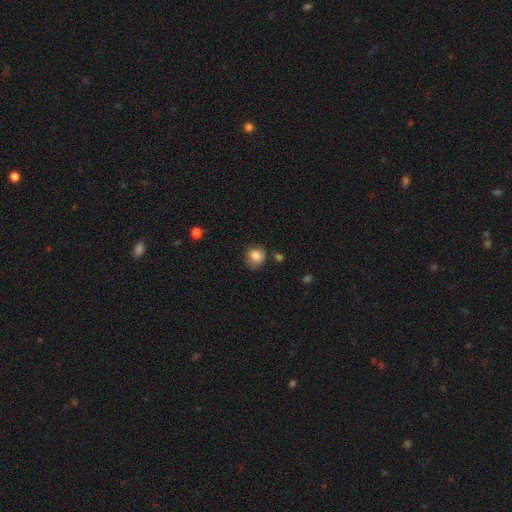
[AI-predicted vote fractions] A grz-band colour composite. It shows a smooth galaxy with no disk features (82%) that is round (78%). Merging: none (68%).